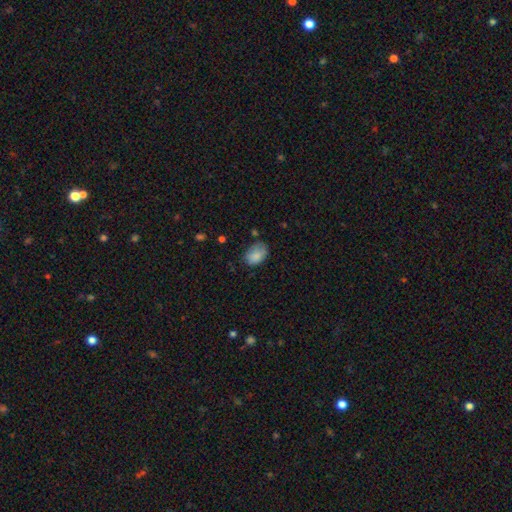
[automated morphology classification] smooth 83%, featured or disk 9%, star or artifact 8%. Down the decision tree: how rounded — in between (82%); merging — none (60%).